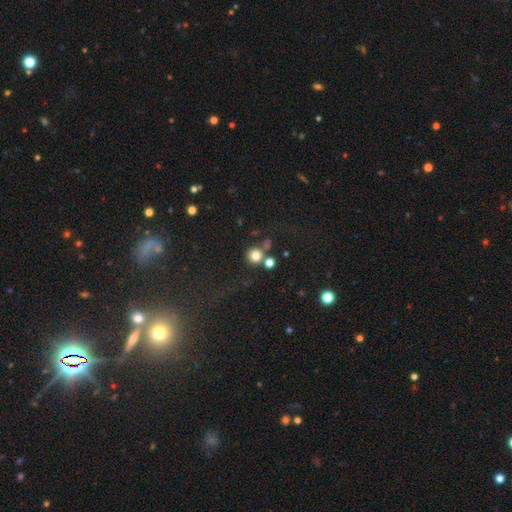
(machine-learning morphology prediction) smooth 79%, star or artifact 13%, featured or disk 8%. Down the decision tree: how rounded — round (91%); merging — none (64%).